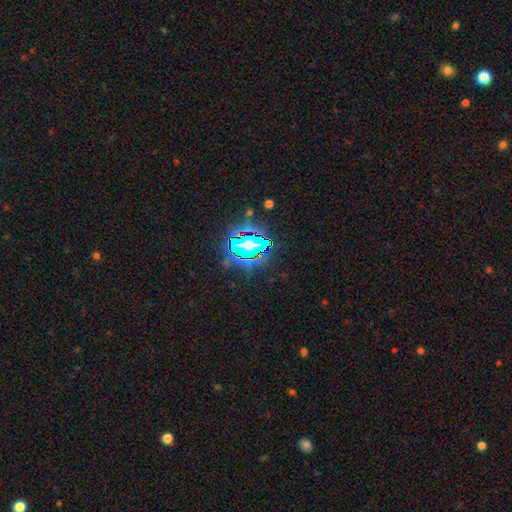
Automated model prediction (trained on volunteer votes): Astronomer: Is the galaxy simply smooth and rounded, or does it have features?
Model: star or artifact — 64%.